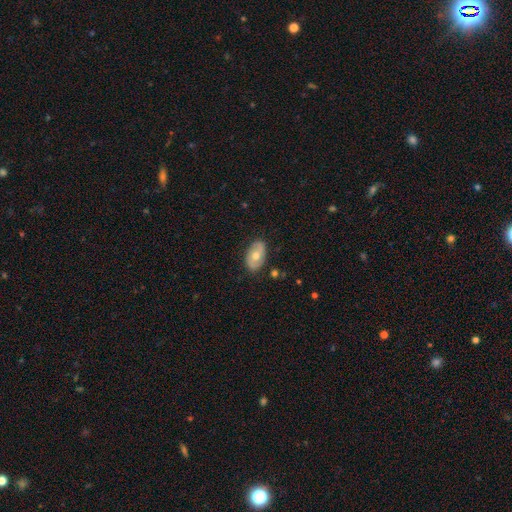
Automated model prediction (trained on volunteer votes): Smooth or featured?
  - smooth: 48% *
  - featured or disk: 45%
  - star or artifact: 7%
Merging?
  - none: 84% *
  - minor disturbance: 12%
  - major disturbance: 3%
  - merger: 1%